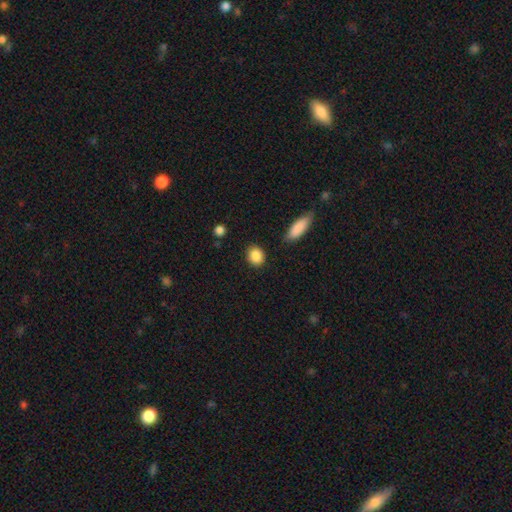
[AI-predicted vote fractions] smooth-or-featured: smooth: 88% | star or artifact: 8% | featured or disk: 4%
  how-rounded: round: 55% | in between: 43% | cigar-shaped: 2%
  merging: none: 86% | minor disturbance: 9% | major disturbance: 2% | merger: 2%